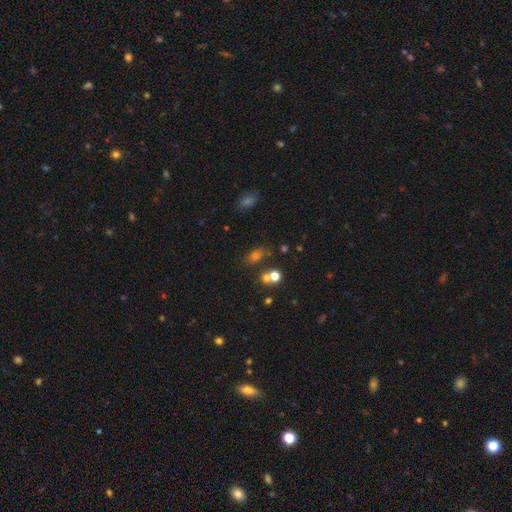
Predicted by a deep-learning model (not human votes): smooth_or_featured: smooth (p=0.59) [alt: star or artifact p=0.29]
how_rounded: in between (p=0.69) [alt: round p=0.27]
merging: none (p=0.65) [alt: merger p=0.15]